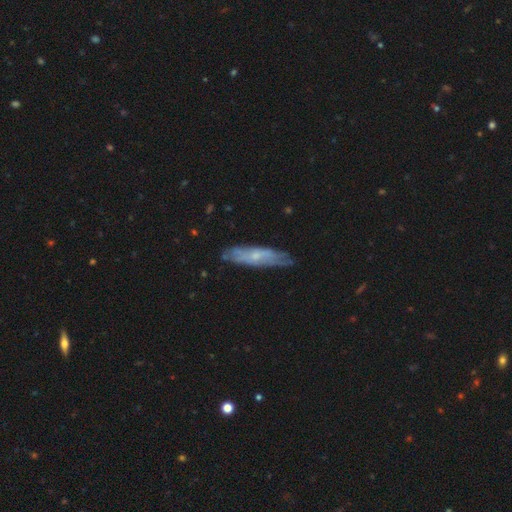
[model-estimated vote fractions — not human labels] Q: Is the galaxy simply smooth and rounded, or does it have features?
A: featured or disk — 52%.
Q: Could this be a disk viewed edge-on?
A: no — 53%.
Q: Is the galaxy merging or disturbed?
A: none — 75%.